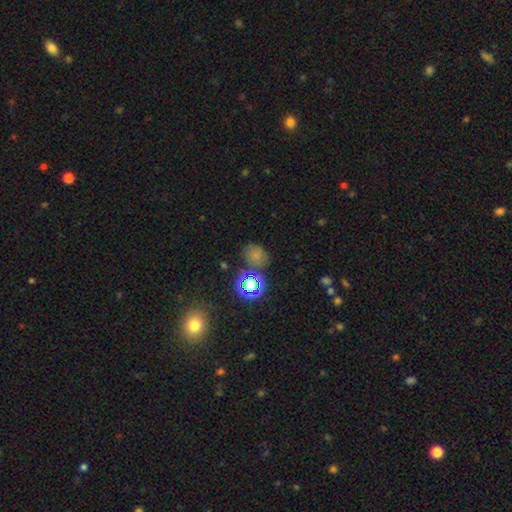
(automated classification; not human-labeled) A smooth galaxy with no disk features (56%) that is round (62%). Merging: none (64%).